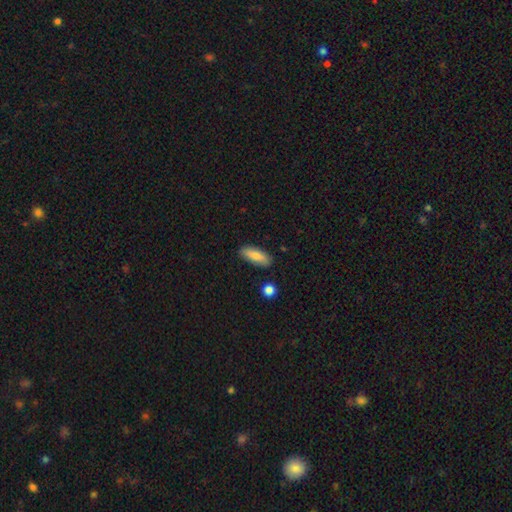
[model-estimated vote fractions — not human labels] A smooth galaxy with no disk features (80%) that is in between round and cigar-shaped (68%). Merging: none (85%).